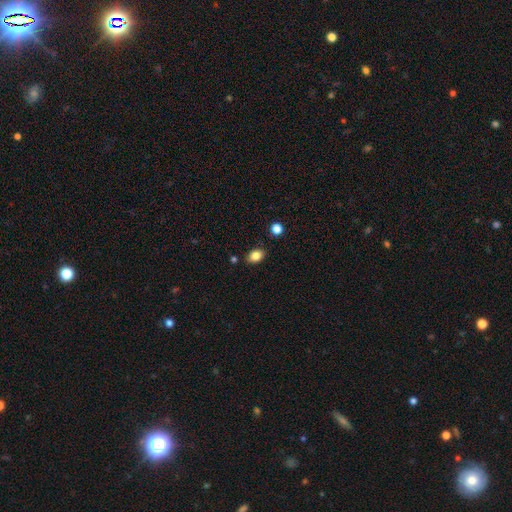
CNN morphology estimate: This appears to be a smooth galaxy with no disk features (85%) that is in between round and cigar-shaped (76%). Merging: none (82%).